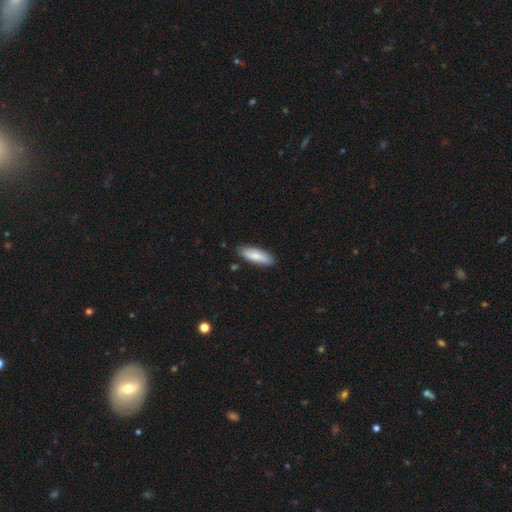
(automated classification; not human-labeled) Smooth or featured? smooth (81%)
How rounded? in between (57%)
Merging? none (86%)